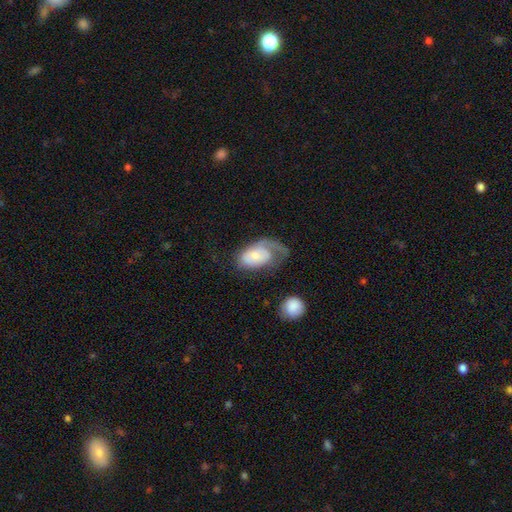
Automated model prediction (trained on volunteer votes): Smooth or featured? Predicted: featured or disk (p=0.49). Merging? Predicted: major disturbance (p=0.46).